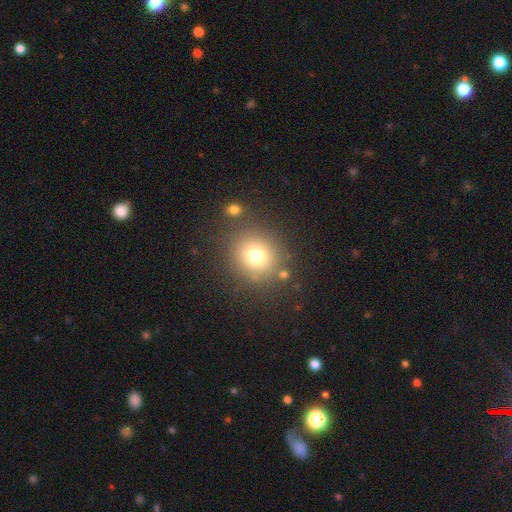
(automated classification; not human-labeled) smooth-or-featured: smooth: 74% | star or artifact: 15% | featured or disk: 10%
  how-rounded: round: 85% | in between: 14% | cigar-shaped: 1%
  merging: none: 81% | minor disturbance: 9% | merger: 6% | major disturbance: 4%